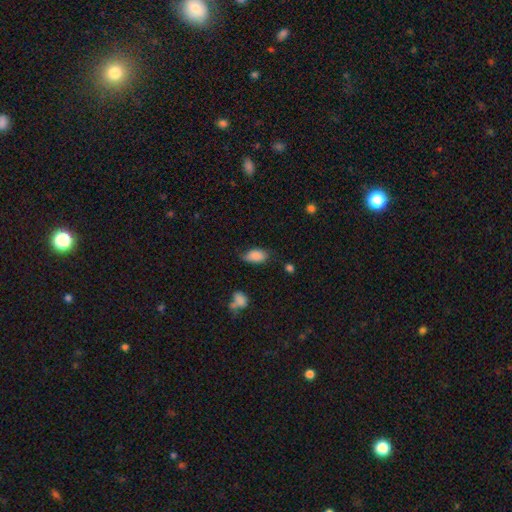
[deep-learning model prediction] The model was most divided on "merging": none: 62%, minor disturbance: 29%, major disturbance: 7%, merger: 3%. More confident: how rounded — in between (92%); smooth or featured — smooth (86%).